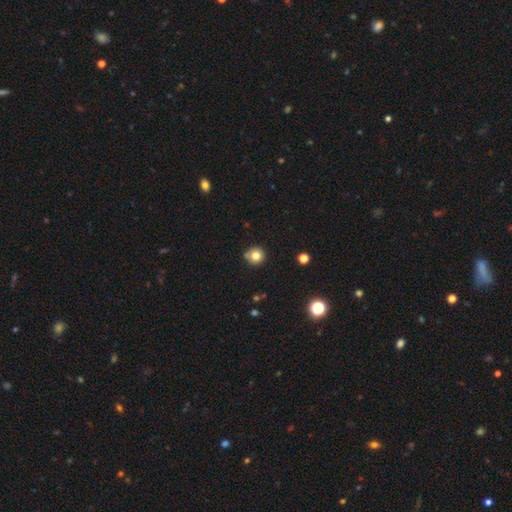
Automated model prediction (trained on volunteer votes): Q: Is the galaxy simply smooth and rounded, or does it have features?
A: smooth — 79%.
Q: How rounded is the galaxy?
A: round — 93%.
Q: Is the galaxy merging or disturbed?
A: none — 80%.